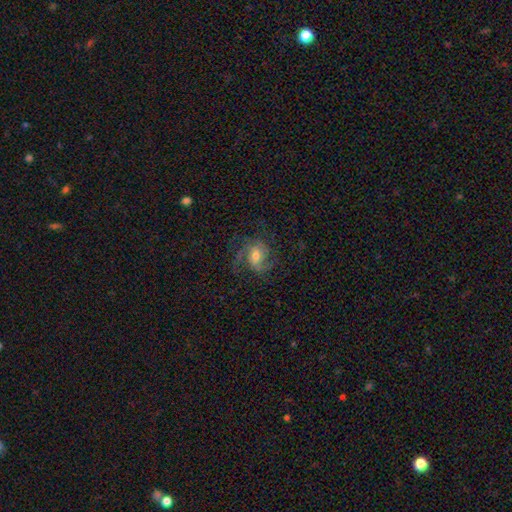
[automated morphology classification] featured or disk 81%, smooth 11%, star or artifact 7%. Down the decision tree: edge-on disk — no (98%); bar — weak (45%); spiral arms — yes (96%); spiral arm count — 2 (35%); spiral winding — medium (50%); bulge size — moderate (61%); merging — none (68%).